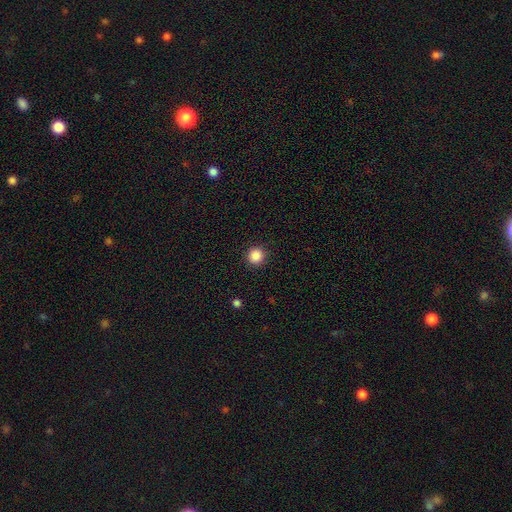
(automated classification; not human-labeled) Smooth or featured? smooth (87%)
How rounded? round (93%)
Merging? none (92%)